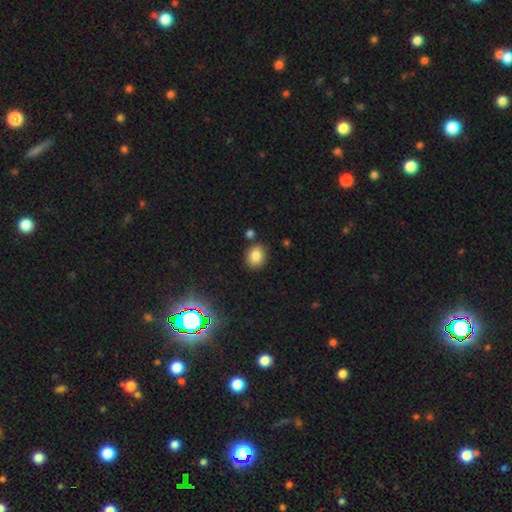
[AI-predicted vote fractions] Smooth or featured? Predicted: smooth (p=0.84). How rounded? Predicted: round (p=0.56). Merging? Predicted: none (p=0.82).